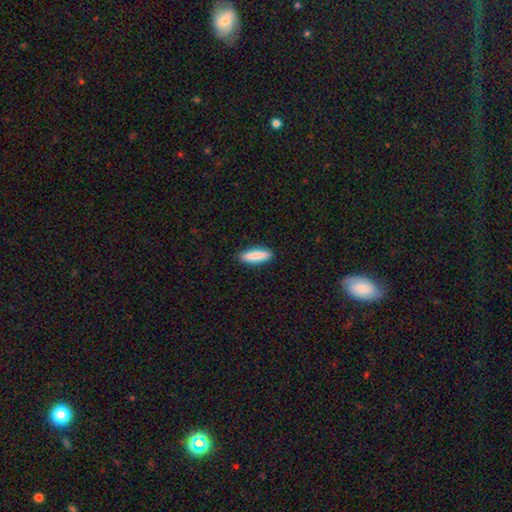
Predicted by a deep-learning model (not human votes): The model was most divided on "how rounded": cigar-shaped: 58%, in between: 40%, round: 2%. More confident: merging — none (89%); smooth or featured — smooth (87%).